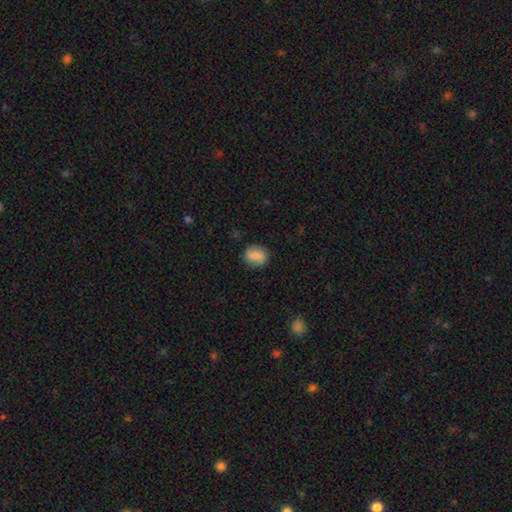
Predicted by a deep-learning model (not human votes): A smooth galaxy with no disk features (79%) that is round (50%). Merging: none (83%).